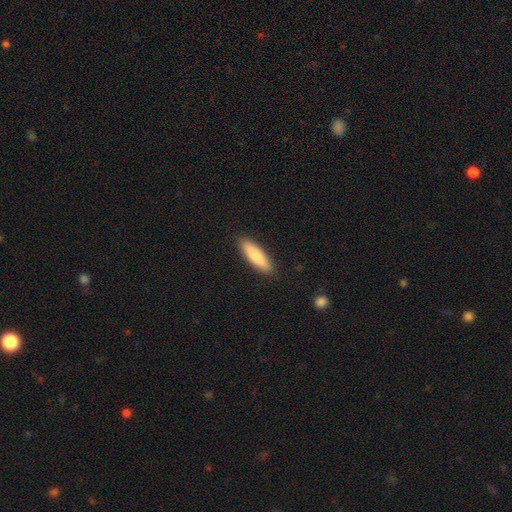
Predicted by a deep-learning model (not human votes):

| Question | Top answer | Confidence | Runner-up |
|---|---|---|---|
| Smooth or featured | smooth | 85% | featured or disk (10%) |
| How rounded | cigar-shaped | 68% | in between (31%) |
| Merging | none | 90% | minor disturbance (7%) |